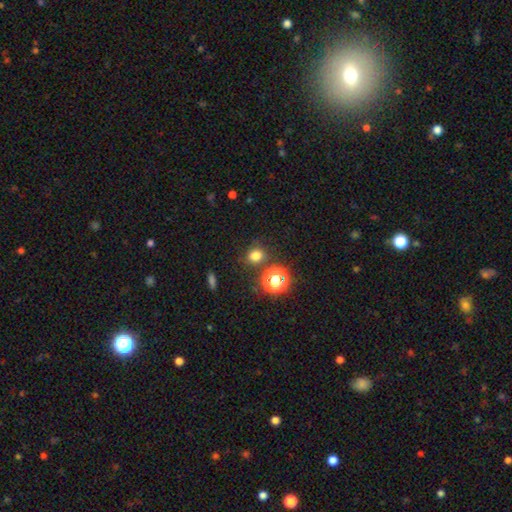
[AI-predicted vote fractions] A smooth galaxy with no disk features (75%) that is round (74%).

Vote fractions:
- Smooth or featured? smooth: 75% / star or artifact: 20% / featured or disk: 6%
- How rounded? round: 74% / in between: 25% / cigar-shaped: 1%
- Merging? none: 81% / minor disturbance: 10% / merger: 5% / major disturbance: 3%